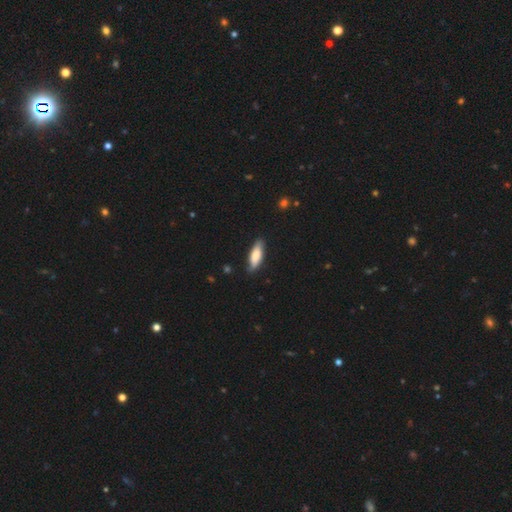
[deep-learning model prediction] smooth_or_featured: smooth (p=0.74) [alt: featured or disk p=0.20]
how_rounded: in between (p=0.59) [alt: cigar-shaped p=0.39]
merging: none (p=0.79) [alt: minor disturbance p=0.17]